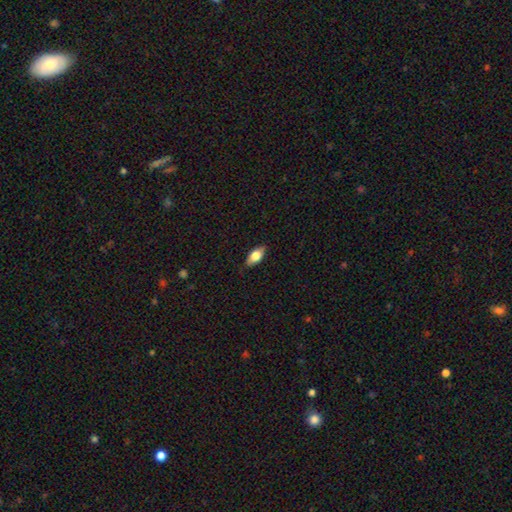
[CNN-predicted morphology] smooth 69%, featured or disk 23%, star or artifact 7%. Down the decision tree: how rounded — in between (86%); merging — none (85%).